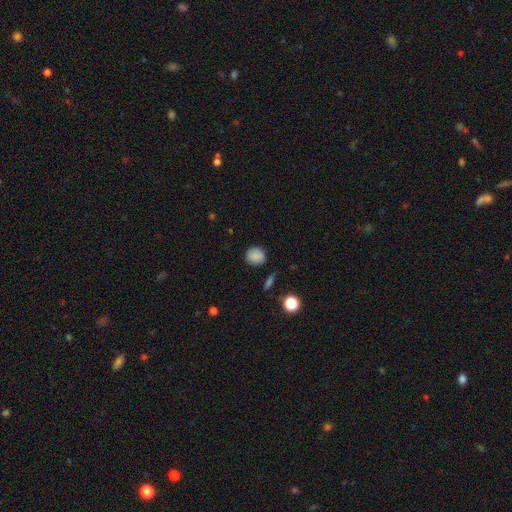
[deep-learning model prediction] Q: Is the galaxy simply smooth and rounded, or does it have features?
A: smooth — 85%.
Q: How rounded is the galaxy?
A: round — 79%.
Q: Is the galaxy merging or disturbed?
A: none — 80%.